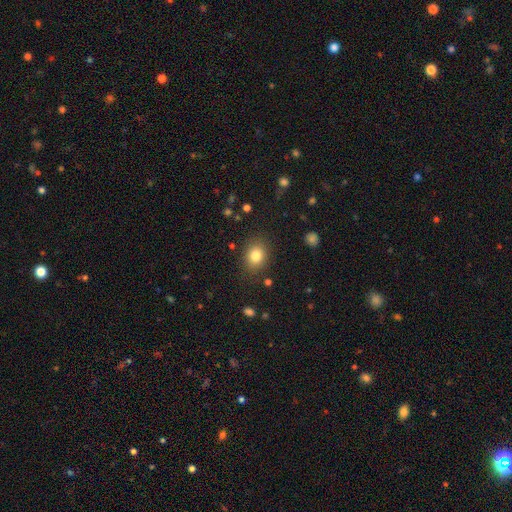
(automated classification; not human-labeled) Smooth or featured? smooth (81%)
How rounded? round (54%)
Merging? none (85%)